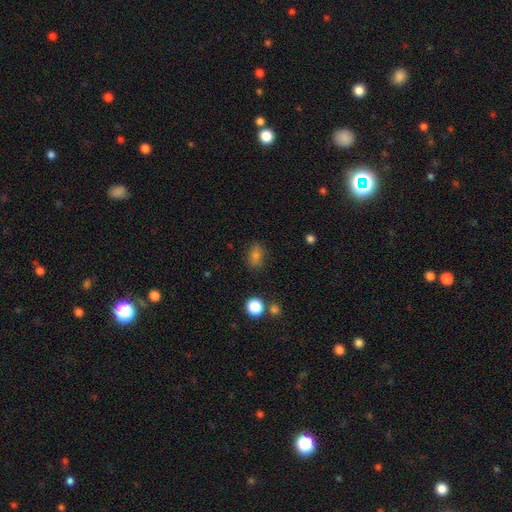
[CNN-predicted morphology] A smooth galaxy with no disk features (77%) that is in between round and cigar-shaped (66%).

Vote fractions:
- Smooth or featured? smooth: 77% / star or artifact: 16% / featured or disk: 7%
- How rounded? in between: 66% / round: 32% / cigar-shaped: 2%
- Merging? none: 82% / minor disturbance: 12% / major disturbance: 3% / merger: 2%